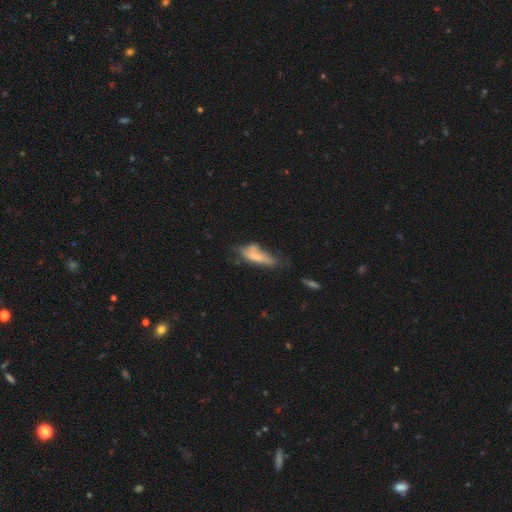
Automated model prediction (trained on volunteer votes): smooth_or_featured: smooth (p=0.65) [alt: featured or disk p=0.27]
how_rounded: in between (p=0.55) [alt: cigar-shaped p=0.43]
merging: minor disturbance (p=0.33) [alt: none p=0.32]